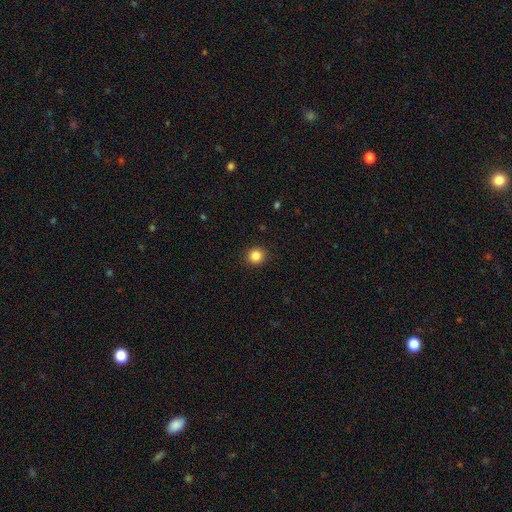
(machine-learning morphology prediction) This appears to be a smooth galaxy with no disk features (85%) that is round (92%). Merging: none (92%).